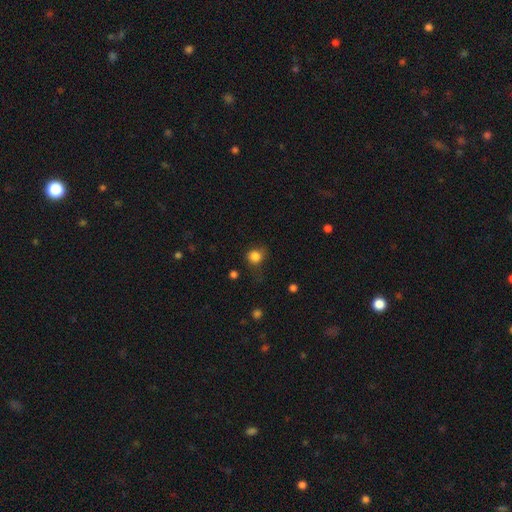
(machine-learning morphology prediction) This is clearly a smooth galaxy (84%). How rounded: likely round (77%). Merging: possibly none (58%).